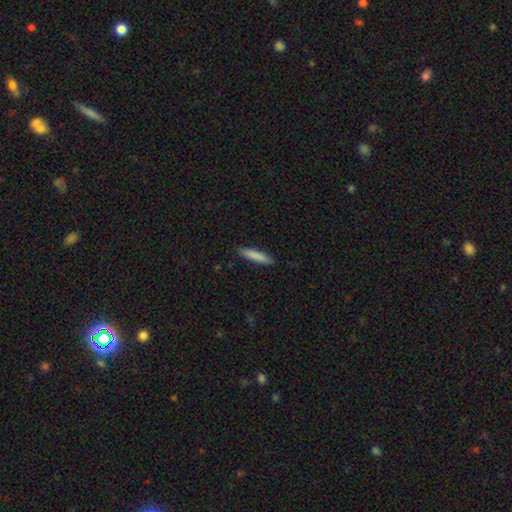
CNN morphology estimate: Overall: smooth (84%). How rounded: cigar-shaped (87%). Merging: none (89%).